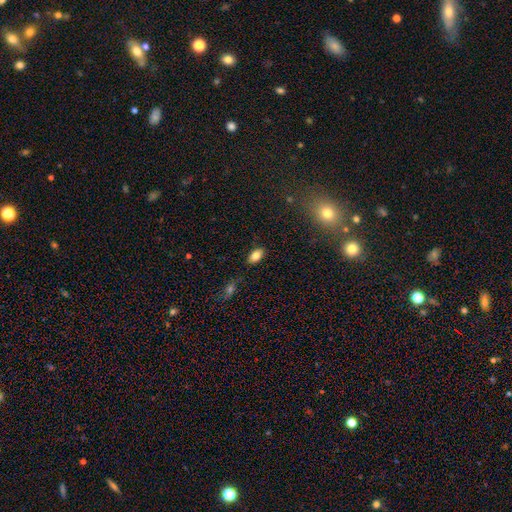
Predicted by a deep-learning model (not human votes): A smooth galaxy with no disk features (81%) that is in between round and cigar-shaped (91%). Merging: none (85%).